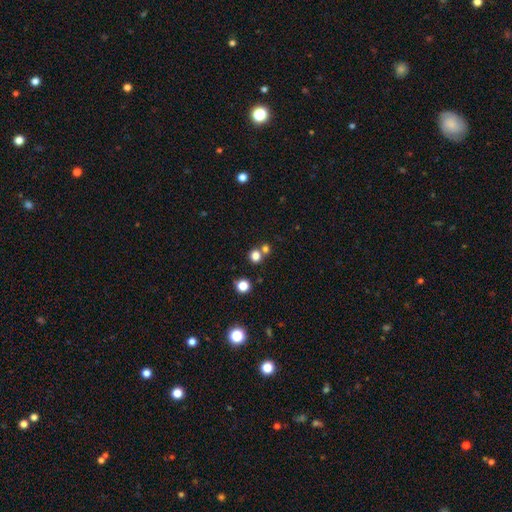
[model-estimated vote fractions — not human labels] Smooth or featured? smooth (77%)
How rounded? round (86%)
Merging? none (61%)